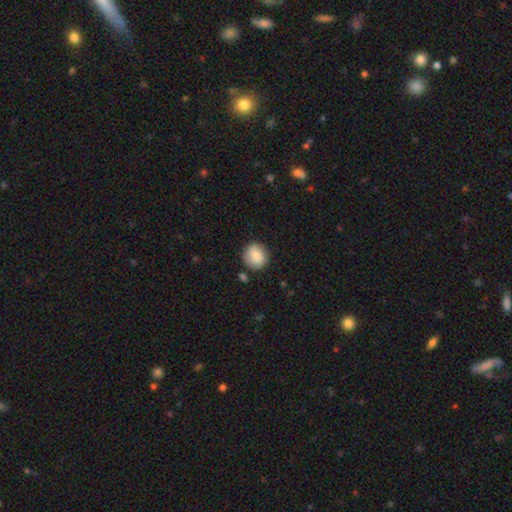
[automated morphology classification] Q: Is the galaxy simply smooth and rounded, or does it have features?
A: smooth — 86%.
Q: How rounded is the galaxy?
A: round — 86%.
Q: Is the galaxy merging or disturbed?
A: none — 82%.